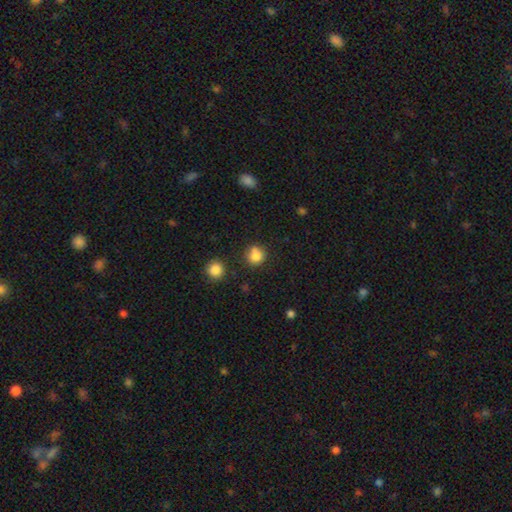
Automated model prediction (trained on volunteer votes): A smooth galaxy with no disk features (82%) that is round (88%).

Vote fractions:
- Smooth or featured? smooth: 82% / star or artifact: 12% / featured or disk: 6%
- How rounded? round: 88% / in between: 11% / cigar-shaped: 1%
- Merging? none: 69% / minor disturbance: 14% / merger: 12% / major disturbance: 4%